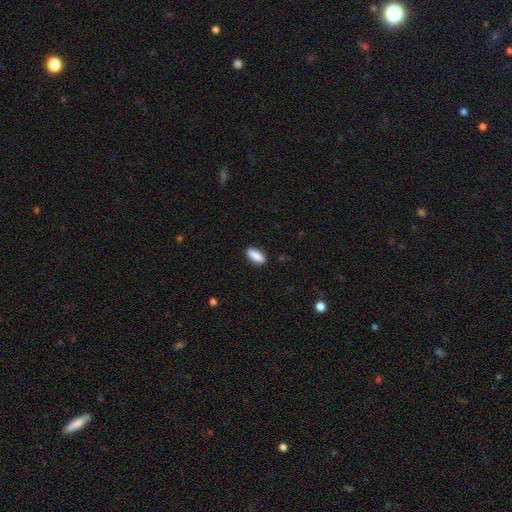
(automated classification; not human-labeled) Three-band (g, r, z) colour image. It shows a smooth galaxy with no disk features (89%) that is in between round and cigar-shaped (79%). Merging: none (89%).